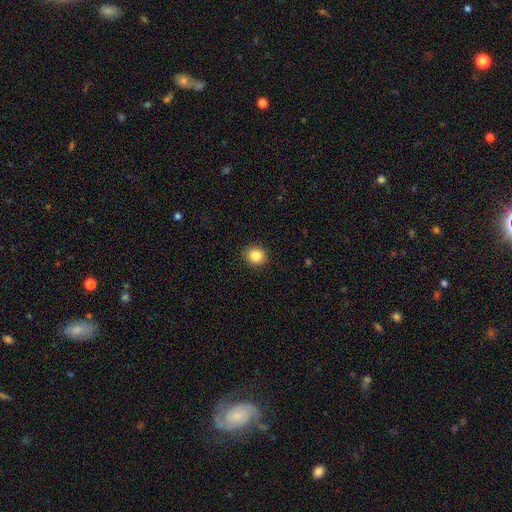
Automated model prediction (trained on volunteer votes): smooth_or_featured: smooth (p=0.85) [alt: star or artifact p=0.10]
how_rounded: round (p=0.88) [alt: in between p=0.11]
merging: none (p=0.91) [alt: minor disturbance p=0.06]